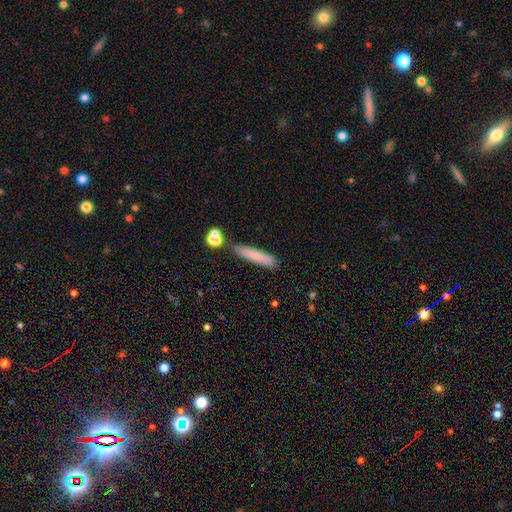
smooth 76%, featured or disk 22%, star or artifact 3%. Down the decision tree: how rounded — cigar-shaped (89%); merging — none (64%).